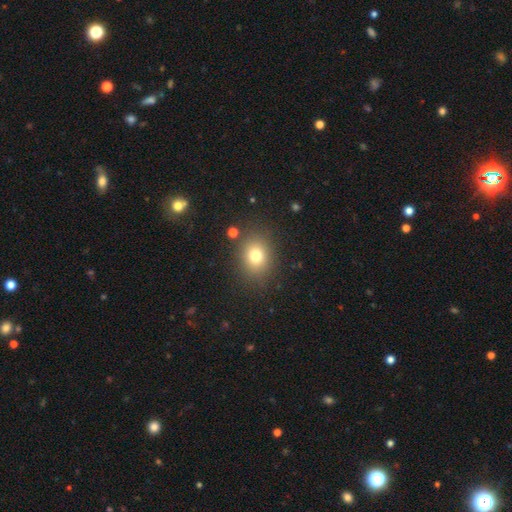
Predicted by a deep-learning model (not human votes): smooth-or-featured: smooth: 76% | star or artifact: 14% | featured or disk: 10%
  how-rounded: round: 58% | in between: 41% | cigar-shaped: 1%
  merging: none: 84% | minor disturbance: 9% | major disturbance: 4% | merger: 3%